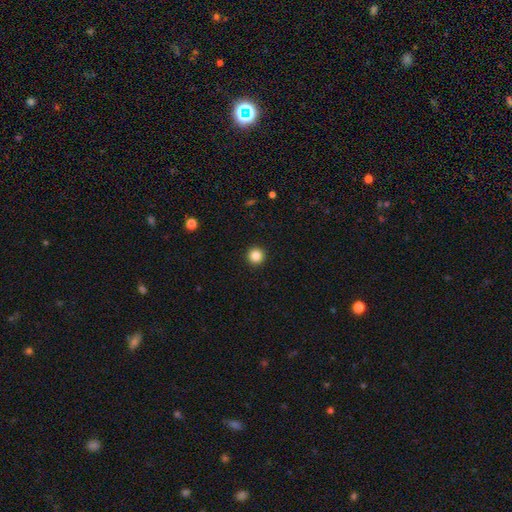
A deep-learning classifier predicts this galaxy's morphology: smooth-or-featured: smooth: 86% | star or artifact: 11% | featured or disk: 4%
  how-rounded: round: 96% | in between: 3% | cigar-shaped: 1%
  merging: none: 94% | minor disturbance: 4% | major disturbance: 1% | merger: 1%